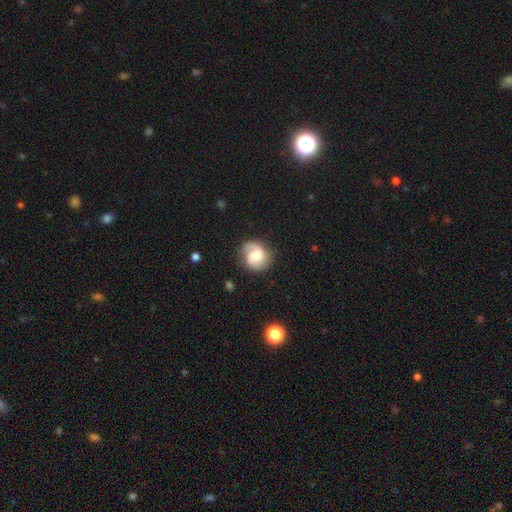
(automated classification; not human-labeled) Smooth or featured?
  - featured or disk: 62% *
  - smooth: 30%
  - star or artifact: 7%
Edge-on disk?
  - no: 98% *
  - yes: 2%
Bar?
  - no: 51% *
  - weak: 41%
  - strong: 9%
Spiral arms?
  - yes: 93% *
  - no: 7%
Spiral winding?
  - medium: 45% *
  - tight: 30%
  - loose: 25%
Spiral arm count?
  - 2: 77% *
  - 1: 14%
  - can't tell: 6%
  - 3: 1%
  - 4: 1%
  - more than 4: 1%
Bulge size?
  - moderate: 43% *
  - small: 29%
  - large: 16%
  - none: 8%
  - dominant: 3%
Merging?
  - none: 76% *
  - minor disturbance: 16%
  - major disturbance: 6%
  - merger: 2%